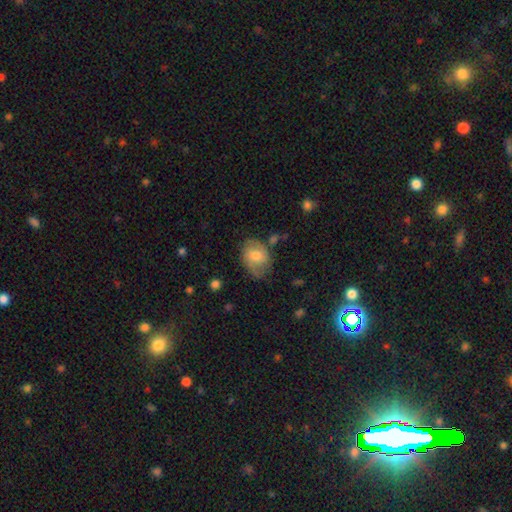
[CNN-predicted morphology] Smooth or featured? smooth (63%)
How rounded? in between (67%)
Merging? none (57%)